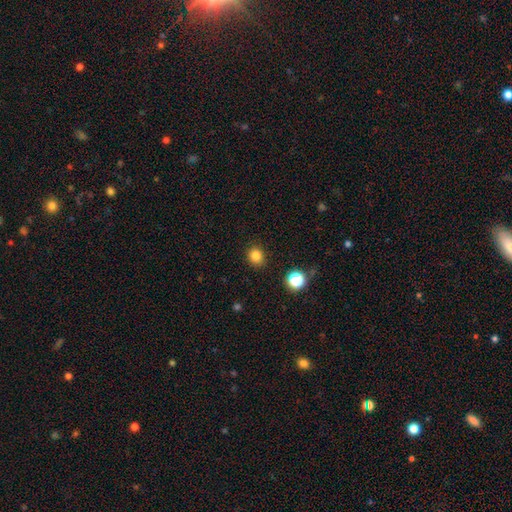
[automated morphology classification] Overall: smooth (83%). How rounded: round (76%). Merging: none (89%).